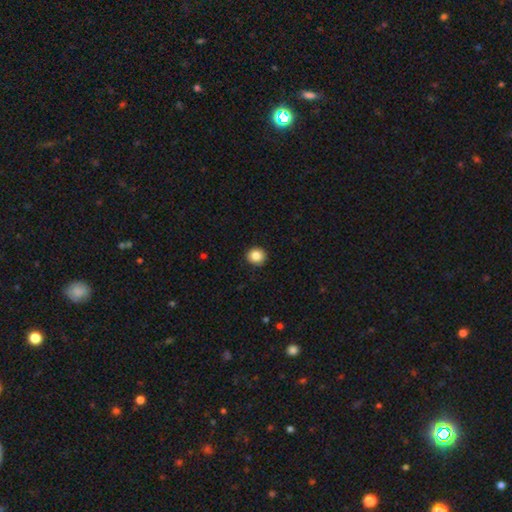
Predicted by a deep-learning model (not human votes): Q: Smooth or featured?
A: smooth (86%); runner-up: star or artifact (9%)
Q: How rounded?
A: round (85%); runner-up: in between (14%)
Q: Merging?
A: none (92%); runner-up: minor disturbance (6%)